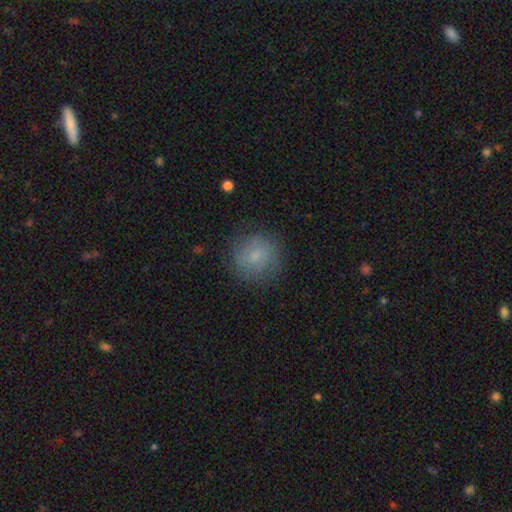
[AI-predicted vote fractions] smooth_or_featured: smooth (p=0.71) [alt: featured or disk p=0.20]
how_rounded: round (p=0.88) [alt: in between p=0.11]
merging: none (p=0.79) [alt: minor disturbance p=0.14]